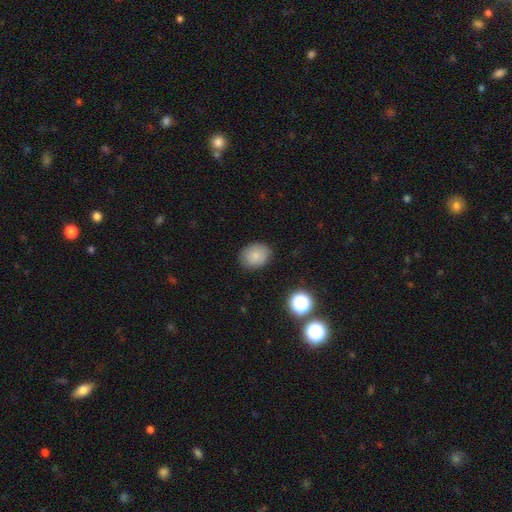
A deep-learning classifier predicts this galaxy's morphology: Smooth or featured? Predicted: smooth (p=0.83). How rounded? Predicted: in between (p=0.53). Merging? Predicted: none (p=0.85).